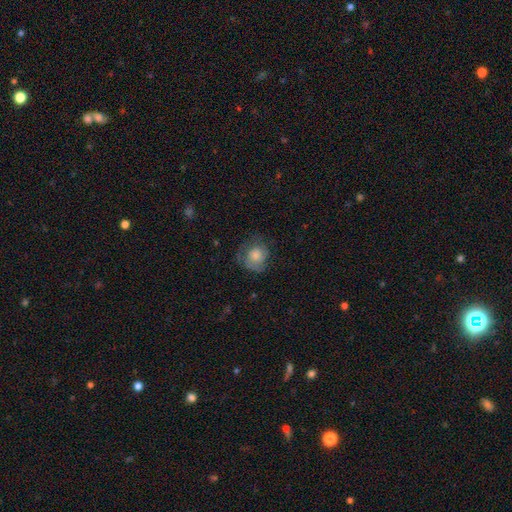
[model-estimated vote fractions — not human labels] smooth-or-featured: smooth: 63% | featured or disk: 29% | star or artifact: 8%
  how-rounded: round: 79% | in between: 20% | cigar-shaped: 1%
  merging: none: 56% | minor disturbance: 25% | major disturbance: 18% | merger: 1%